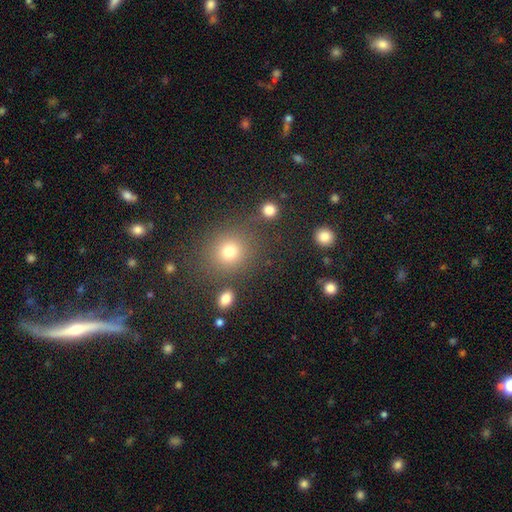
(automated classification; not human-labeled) This is possibly a smooth galaxy (53%). How rounded: clearly round (89%). Merging: clearly none (86%).